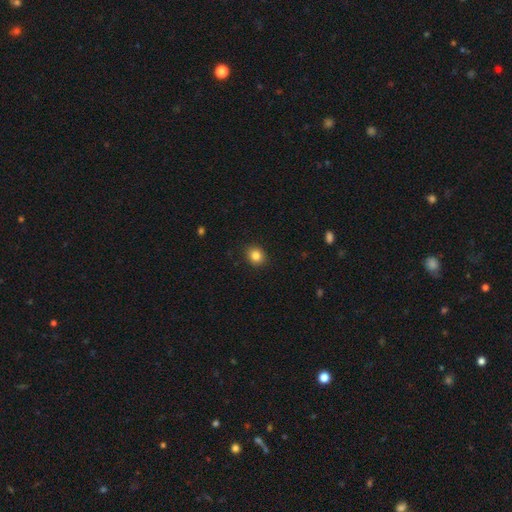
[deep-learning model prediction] A smooth galaxy with no disk features (85%) that is round (78%).

Vote fractions:
- Smooth or featured? smooth: 85% / star or artifact: 10% / featured or disk: 5%
- How rounded? round: 78% / in between: 21% / cigar-shaped: 1%
- Merging? none: 91% / minor disturbance: 7% / major disturbance: 2% / merger: 1%